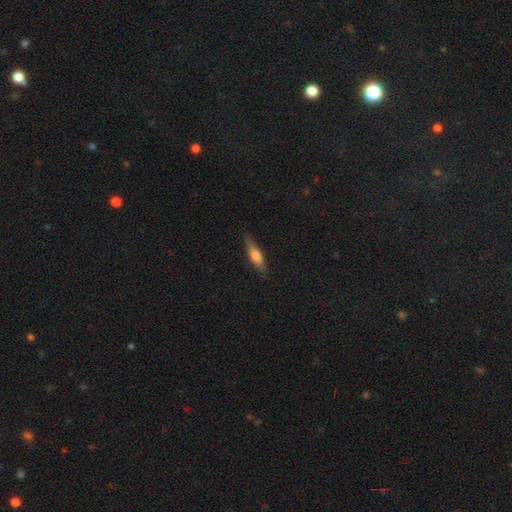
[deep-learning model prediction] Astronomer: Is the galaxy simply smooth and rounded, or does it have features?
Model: smooth — 65%.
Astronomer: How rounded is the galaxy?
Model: cigar-shaped — 63%.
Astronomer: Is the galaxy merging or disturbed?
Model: none — 79%.